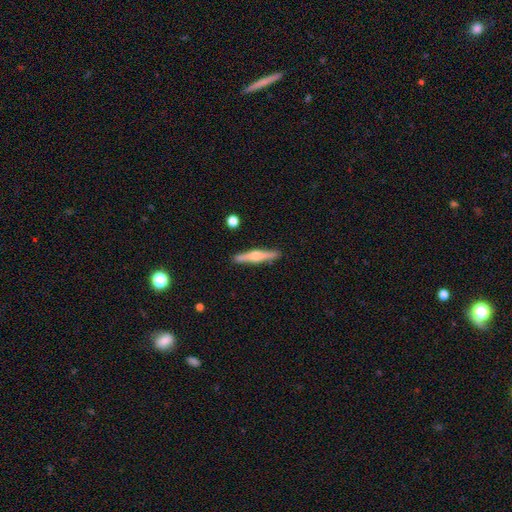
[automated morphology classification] This appears to be a featured or disk galaxy (65%) viewed edge-on (97%) with a rounded central bulge (85%). Merging: none (90%).